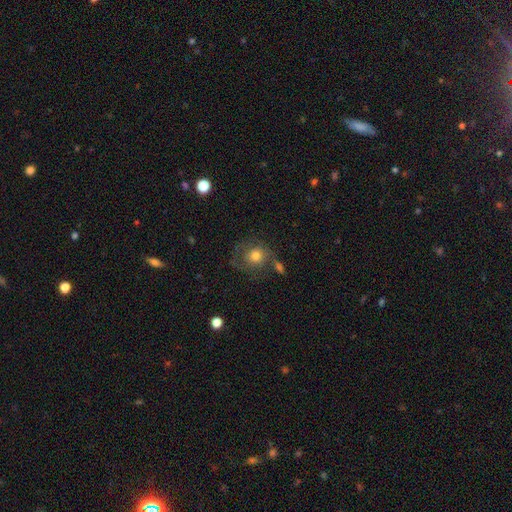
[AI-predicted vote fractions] This appears to be a smooth galaxy with no disk features (57%) that is round (80%). Merging: none (52%).